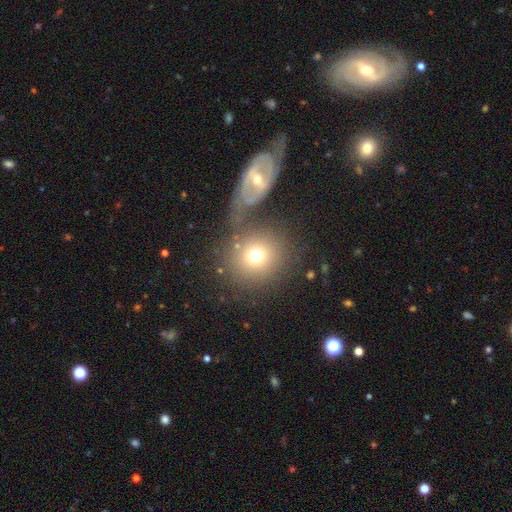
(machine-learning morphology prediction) This is likely a smooth galaxy (72%). How rounded: clearly round (84%). Merging: possibly none (53%).